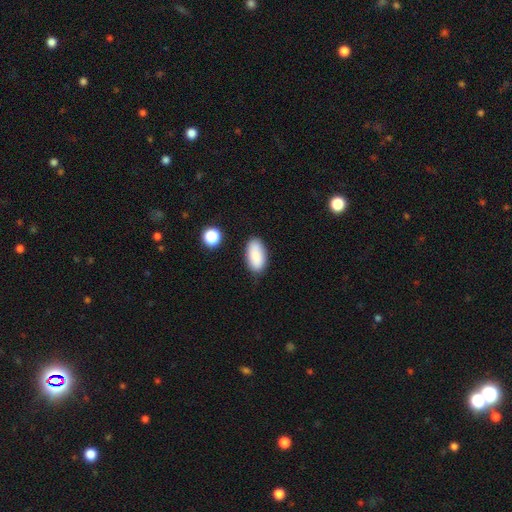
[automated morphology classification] A smooth galaxy with no disk features (87%) that is in between round and cigar-shaped (92%).

Vote fractions:
- Smooth or featured? smooth: 87% / star or artifact: 7% / featured or disk: 5%
- How rounded? in between: 92% / cigar-shaped: 5% / round: 3%
- Merging? none: 82% / minor disturbance: 13% / major disturbance: 3% / merger: 2%